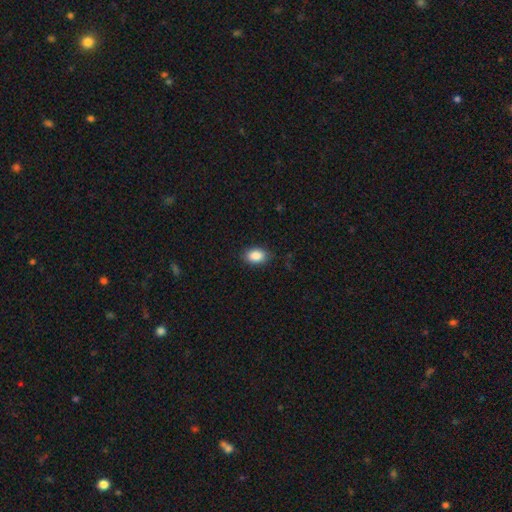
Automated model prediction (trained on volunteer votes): Morphology: type=smooth (88%); roundness=in between (84%); merging=none (83%).